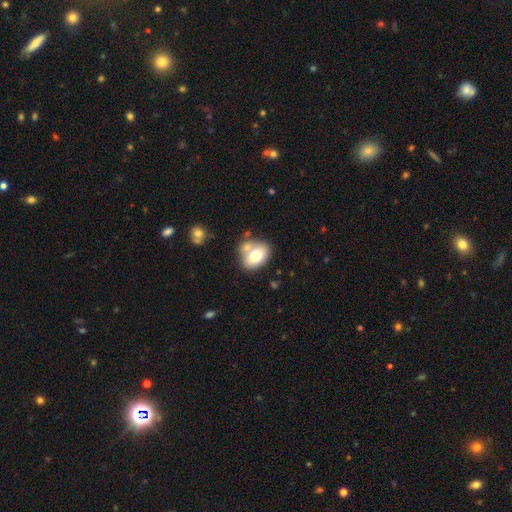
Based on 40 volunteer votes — Overall: smooth (80%). How rounded: in between (84%). Merging: merger (47%; none 34%).